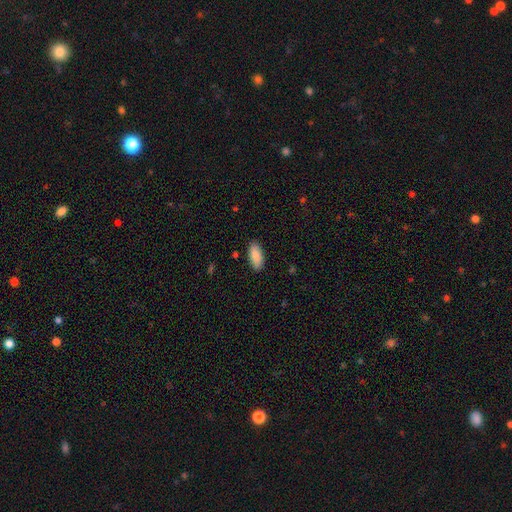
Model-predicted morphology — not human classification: Overall: smooth (88%). How rounded: in between (86%). Merging: none (87%).